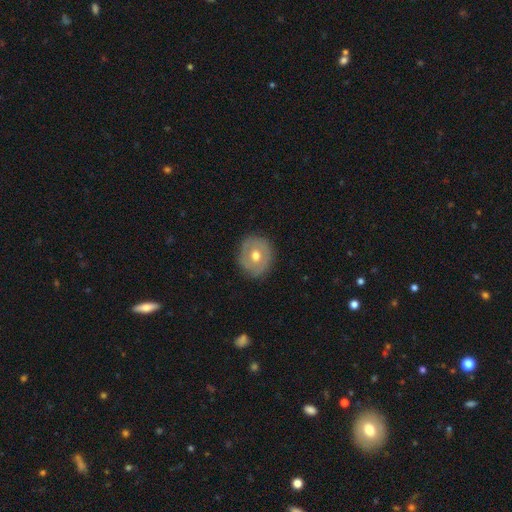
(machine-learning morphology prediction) Q: Smooth or featured?
A: featured or disk (50%); runner-up: smooth (43%)
Q: Edge-on disk?
A: no (95%); runner-up: yes (5%)
Q: Merging?
A: none (82%); runner-up: minor disturbance (13%)